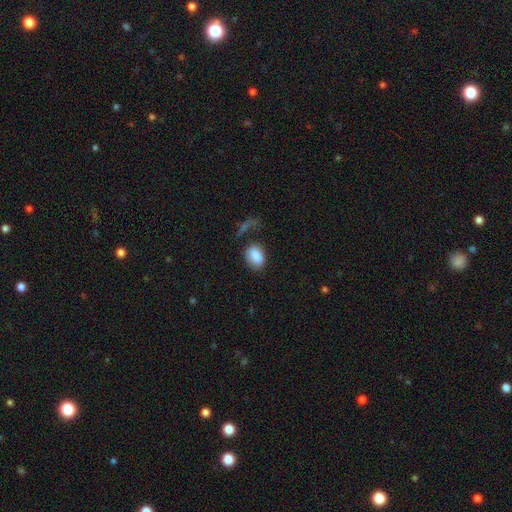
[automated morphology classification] Q: Smooth or featured?
A: smooth (86%); runner-up: star or artifact (8%)
Q: How rounded?
A: in between (77%); runner-up: round (21%)
Q: Merging?
A: none (65%); runner-up: minor disturbance (19%)